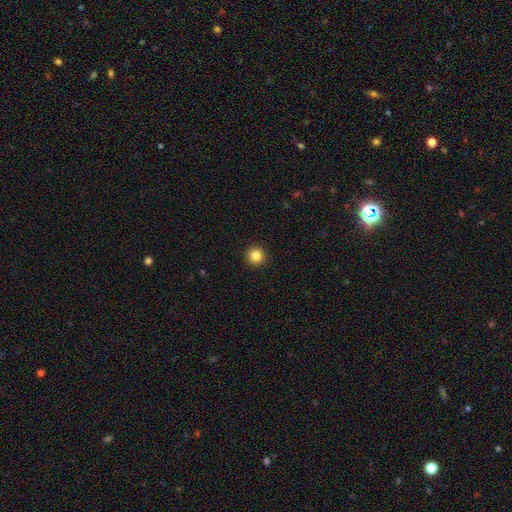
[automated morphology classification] Overall: smooth (84%). How rounded: round (96%). Merging: none (94%).